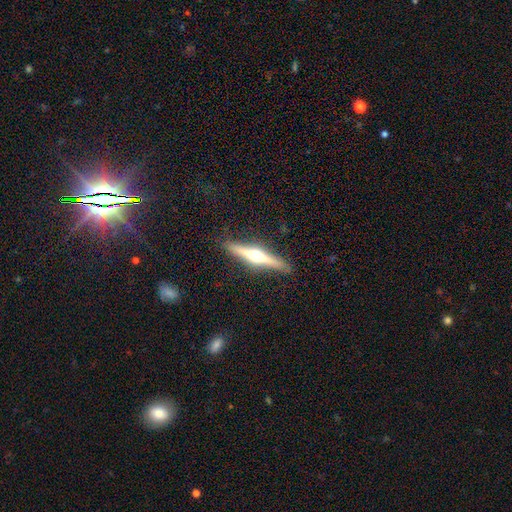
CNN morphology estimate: Smooth or featured?
  - featured or disk: 75% *
  - smooth: 19%
  - star or artifact: 5%
Edge-on disk?
  - yes: 98% *
  - no: 2%
Edge-on bulge?
  - rounded: 95% *
  - boxy: 3%
  - none: 2%
Merging?
  - none: 90% *
  - minor disturbance: 8%
  - major disturbance: 2%
  - merger: 1%